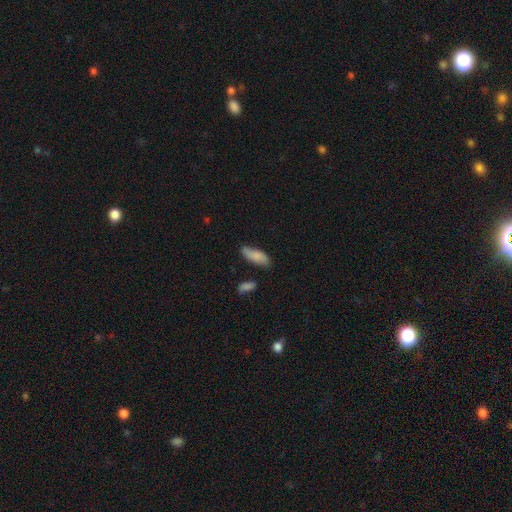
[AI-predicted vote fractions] smooth-or-featured: smooth: 77% | featured or disk: 17% | star or artifact: 7%
  how-rounded: in between: 75% | cigar-shaped: 22% | round: 2%
  merging: none: 65% | minor disturbance: 25% | major disturbance: 5% | merger: 4%